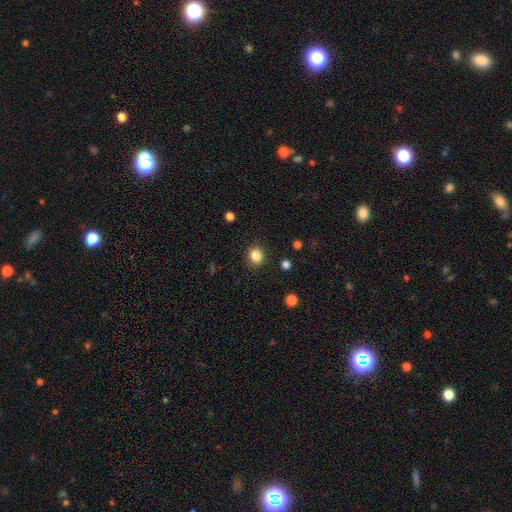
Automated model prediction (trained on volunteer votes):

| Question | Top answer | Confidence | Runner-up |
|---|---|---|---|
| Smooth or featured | smooth | 85% | star or artifact (11%) |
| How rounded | round | 75% | in between (25%) |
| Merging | none | 89% | minor disturbance (7%) |